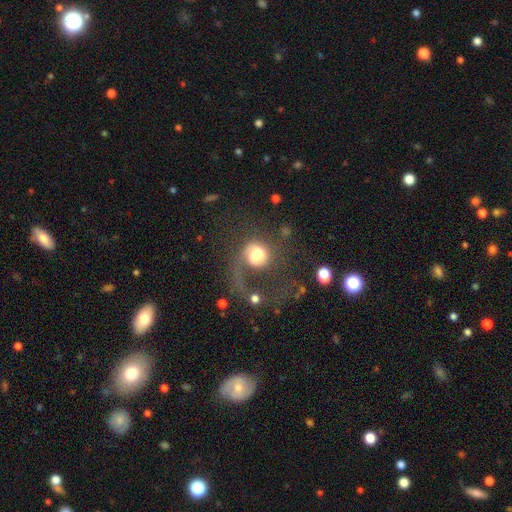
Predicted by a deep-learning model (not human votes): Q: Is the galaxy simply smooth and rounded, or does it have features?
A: smooth — 52%.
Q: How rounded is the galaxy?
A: round — 71%.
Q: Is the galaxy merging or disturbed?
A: major disturbance — 54%.